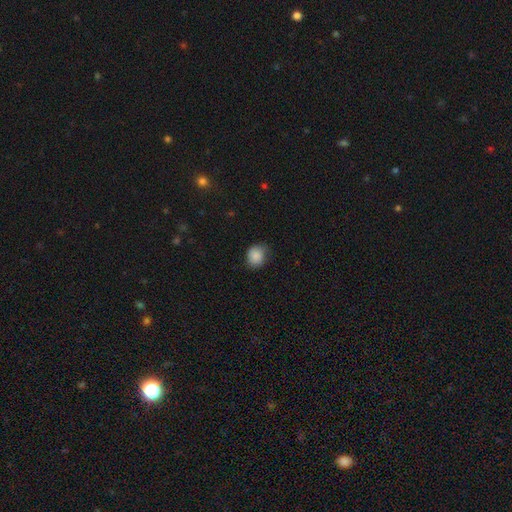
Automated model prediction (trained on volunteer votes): A smooth galaxy with no disk features (87%) that is round (64%).

Vote fractions:
- Smooth or featured? smooth: 87% / star or artifact: 9% / featured or disk: 5%
- How rounded? round: 64% / in between: 35% / cigar-shaped: 1%
- Merging? none: 70% / minor disturbance: 24% / major disturbance: 5% / merger: 1%